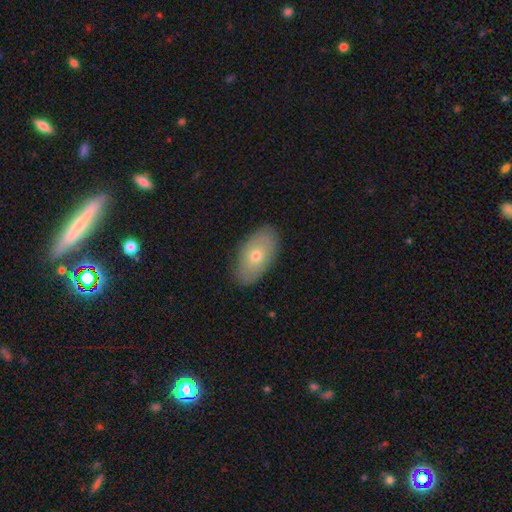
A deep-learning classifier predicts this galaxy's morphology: smooth_or_featured: smooth (p=0.58) [alt: featured or disk p=0.35]
how_rounded: in between (p=0.92) [alt: round p=0.05]
merging: none (p=0.86) [alt: minor disturbance p=0.11]